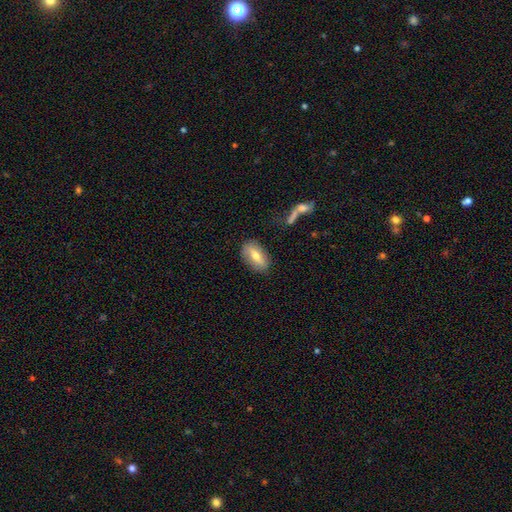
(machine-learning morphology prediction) Smooth or featured? Predicted: smooth (p=0.62). How rounded? Predicted: in between (p=0.86). Merging? Predicted: none (p=0.79).